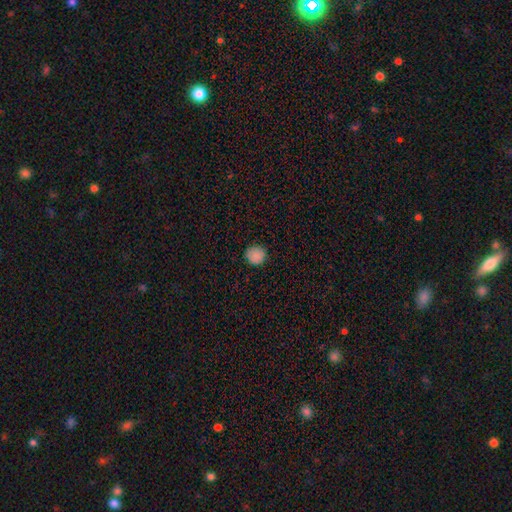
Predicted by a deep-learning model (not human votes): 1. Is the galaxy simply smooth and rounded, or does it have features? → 86% smooth, 11% star or artifact, 3% featured or disk.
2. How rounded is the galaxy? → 91% round, 8% in between, 1% cigar-shaped.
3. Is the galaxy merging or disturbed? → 88% none, 9% minor disturbance, 2% major disturbance, 1% merger.